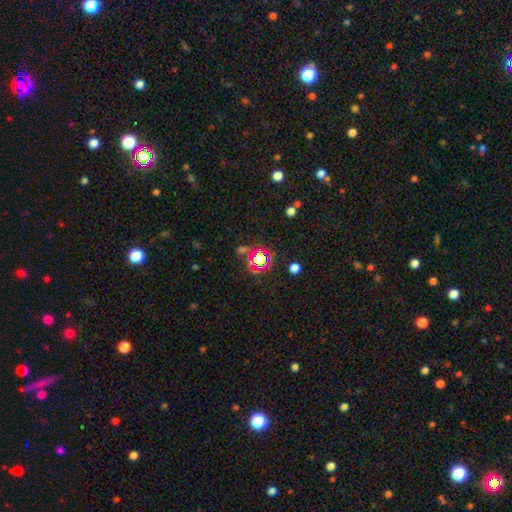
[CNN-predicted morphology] Q: Smooth or featured?
A: star or artifact (70%); runner-up: smooth (22%)